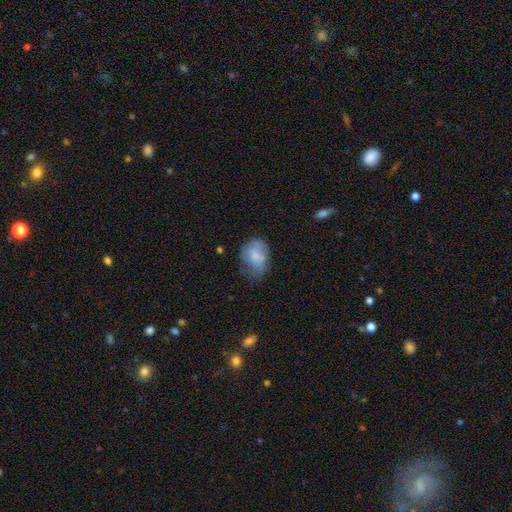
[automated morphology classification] type=smooth (71%); roundness=in between (67%); merging=none (43%).